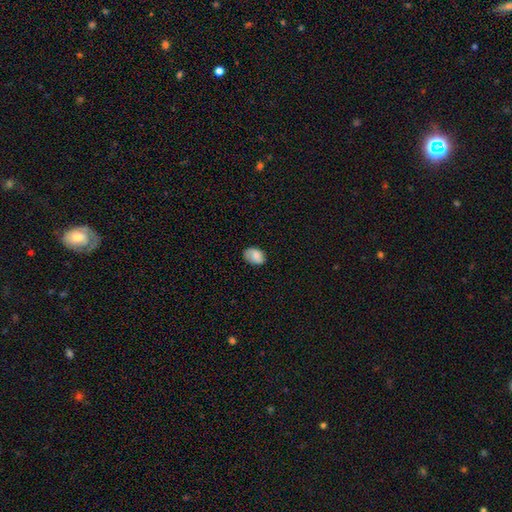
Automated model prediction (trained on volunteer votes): A smooth galaxy with no disk features (75%) that is in between round and cigar-shaped (81%).

Vote fractions:
- Smooth or featured? smooth: 75% / featured or disk: 16% / star or artifact: 8%
- How rounded? in between: 81% / round: 17% / cigar-shaped: 1%
- Merging? none: 74% / minor disturbance: 21% / major disturbance: 4% / merger: 1%